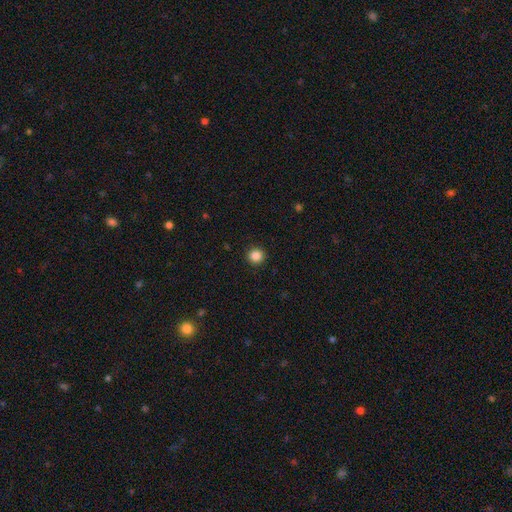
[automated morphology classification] smooth_or_featured: smooth (p=0.87) [alt: star or artifact p=0.11]
how_rounded: round (p=0.95) [alt: in between p=0.05]
merging: none (p=0.93) [alt: minor disturbance p=0.05]